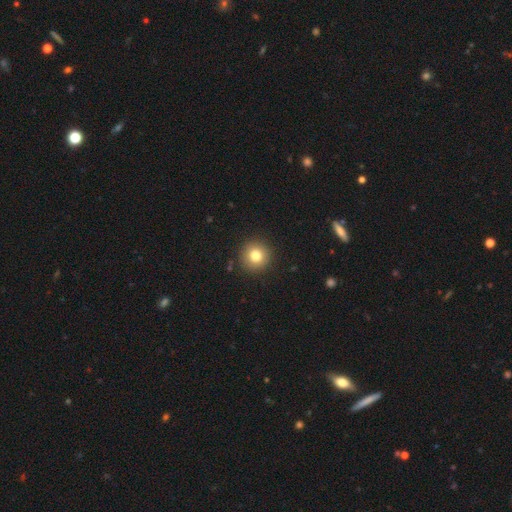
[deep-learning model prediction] smooth-or-featured: smooth: 80% | star or artifact: 11% | featured or disk: 8%
  how-rounded: round: 94% | in between: 5% | cigar-shaped: 1%
  merging: none: 91% | minor disturbance: 6% | major disturbance: 2% | merger: 1%